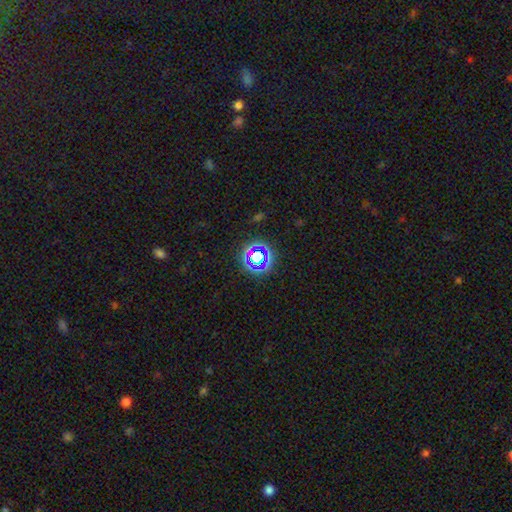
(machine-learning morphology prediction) This appears to be a star or artifact, not a galaxy (59%).